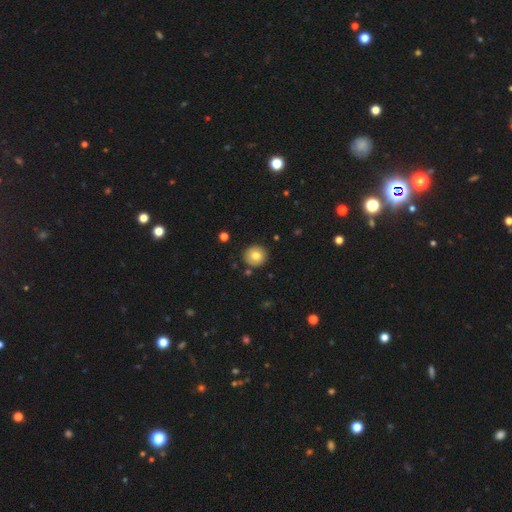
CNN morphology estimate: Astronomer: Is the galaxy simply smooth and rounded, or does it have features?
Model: smooth — 79%.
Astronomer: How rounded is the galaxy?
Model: round — 92%.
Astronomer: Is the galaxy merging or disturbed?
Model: none — 89%.